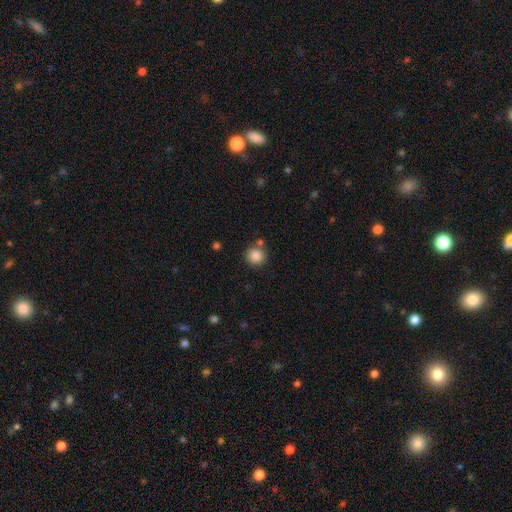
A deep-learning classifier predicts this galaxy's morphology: Smooth or featured? Predicted: smooth (p=0.86). How rounded? Predicted: round (p=0.93). Merging? Predicted: none (p=0.77).